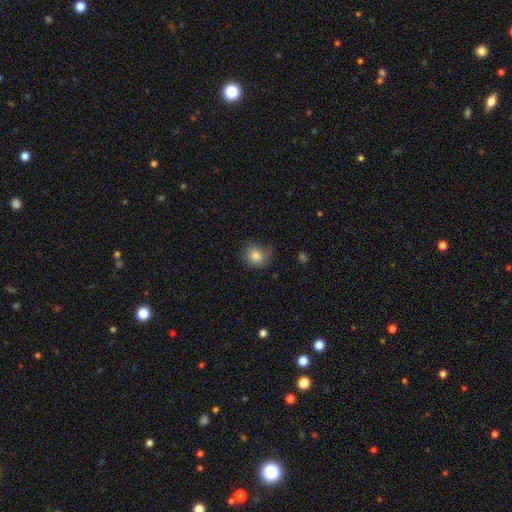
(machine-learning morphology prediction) Q: Smooth or featured?
A: smooth (83%); runner-up: star or artifact (10%)
Q: How rounded?
A: round (80%); runner-up: in between (19%)
Q: Merging?
A: none (75%); runner-up: minor disturbance (19%)